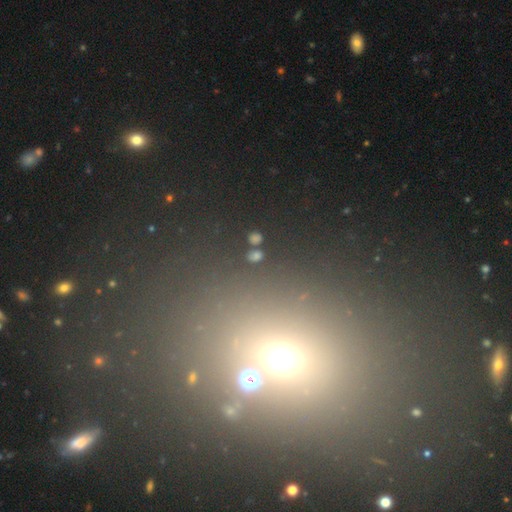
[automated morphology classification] The model was most divided on "how rounded": round: 66%, in between: 31%, cigar-shaped: 3%. More confident: merging — none (82%); smooth or featured — smooth (66%).